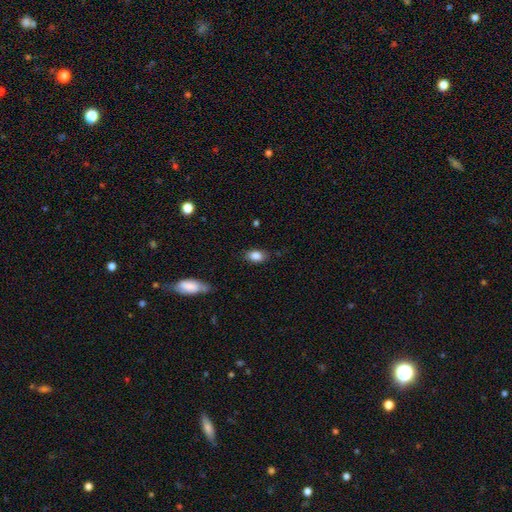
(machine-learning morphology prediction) smooth_or_featured: smooth (p=0.85) [alt: star or artifact p=0.08]
how_rounded: in between (p=0.84) [alt: round p=0.13]
merging: none (p=0.80) [alt: minor disturbance p=0.16]